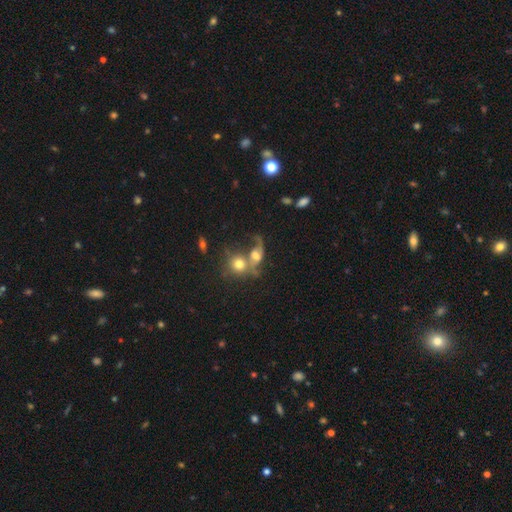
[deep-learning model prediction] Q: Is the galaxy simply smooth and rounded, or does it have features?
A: featured or disk — 48%.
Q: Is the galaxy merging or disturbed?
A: merger — 54%.